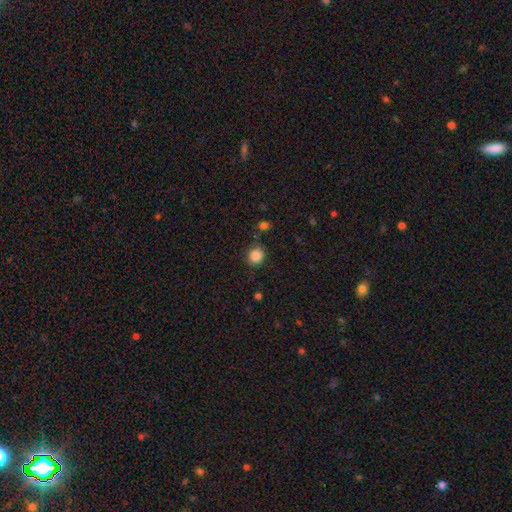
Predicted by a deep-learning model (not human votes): Smooth or featured?
  - smooth: 86% *
  - star or artifact: 10%
  - featured or disk: 4%
How rounded?
  - round: 82% *
  - in between: 17%
  - cigar-shaped: 1%
Merging?
  - none: 79% *
  - minor disturbance: 13%
  - merger: 4%
  - major disturbance: 4%